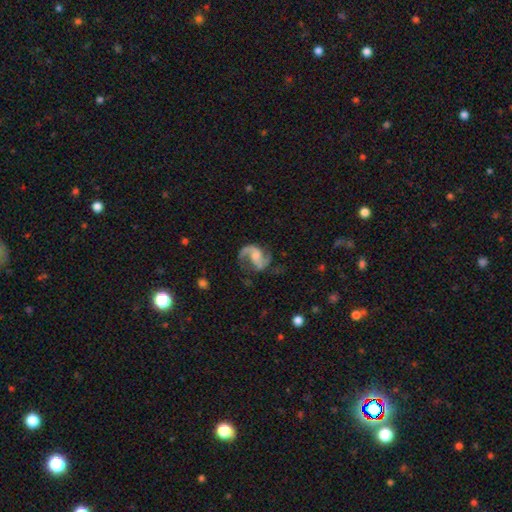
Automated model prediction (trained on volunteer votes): Smooth or featured: featured or disk — 89% (smooth — 6%)
Edge-on disk: no — 98% (yes — 2%)
Bar: weak — 43% (no — 41%)
Spiral arms: yes — 97% (no — 3%)
Spiral winding: loose — 46% (medium — 45%)
Spiral arm count: 2 — 90% (1 — 4%)
Bulge size: small — 33% (moderate — 32%)
Merging: none — 65% (minor disturbance — 17%)